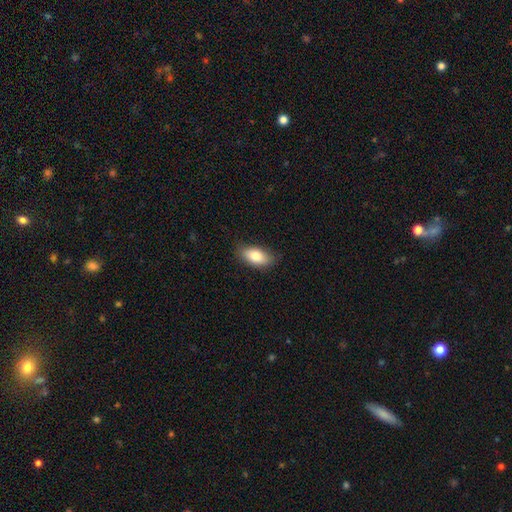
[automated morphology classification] Smooth or featured? smooth (80%)
How rounded? in between (90%)
Merging? none (82%)